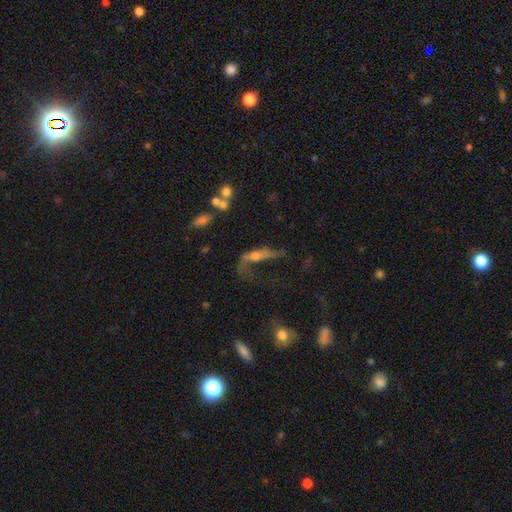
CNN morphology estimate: smooth_or_featured: featured or disk (p=0.58) [alt: smooth p=0.29]
disk_edge_on: no (p=0.73) [alt: yes p=0.27]
merging: major disturbance (p=0.52) [alt: none p=0.24]